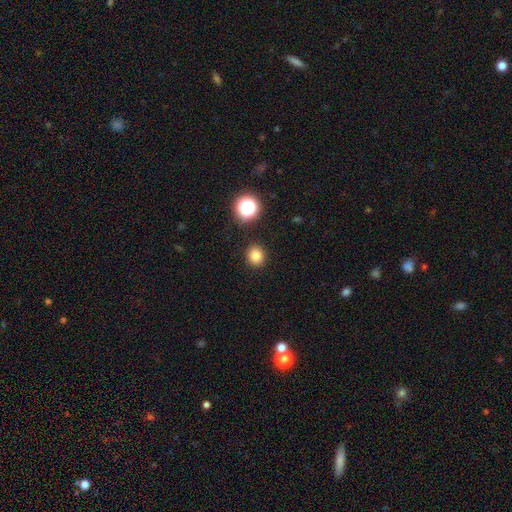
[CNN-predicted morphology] Overall: smooth (80%). How rounded: round (82%). Merging: none (90%).